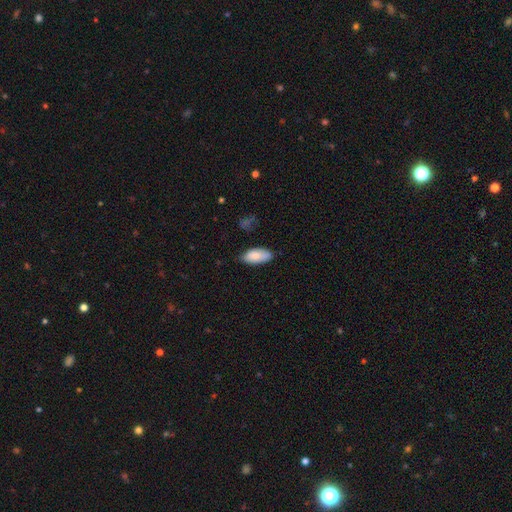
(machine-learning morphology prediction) The model was most divided on "merging": none: 70%, minor disturbance: 24%, major disturbance: 4%, merger: 2%. More confident: how rounded — in between (90%); smooth or featured — smooth (84%).